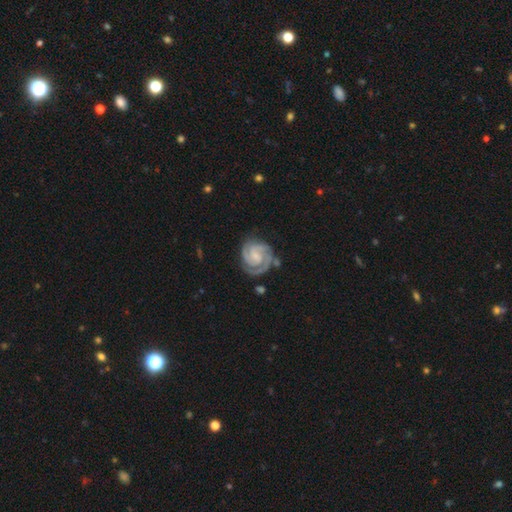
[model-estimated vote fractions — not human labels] Q: Smooth or featured?
A: featured or disk (90%); runner-up: smooth (6%)
Q: Edge-on disk?
A: no (98%); runner-up: yes (2%)
Q: Bar?
A: no (44%); runner-up: weak (43%)
Q: Spiral arms?
A: yes (98%); runner-up: no (2%)
Q: Spiral winding?
A: tight (70%); runner-up: medium (27%)
Q: Spiral arm count?
A: 2 (56%); runner-up: 3 (28%)
Q: Bulge size?
A: small (45%); runner-up: none (29%)
Q: Merging?
A: none (70%); runner-up: minor disturbance (19%)